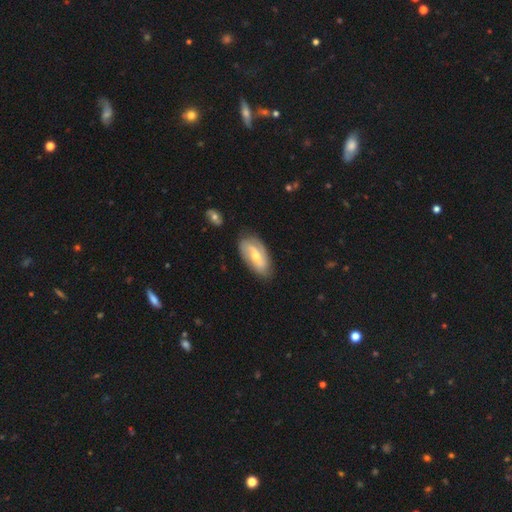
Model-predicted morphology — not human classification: Smooth or featured? featured or disk (64%)
Edge-on disk? no (91%)
Bar? weak (45%)
Spiral arms? yes (82%)
Bulge size? moderate (57%)
Merging? none (78%)